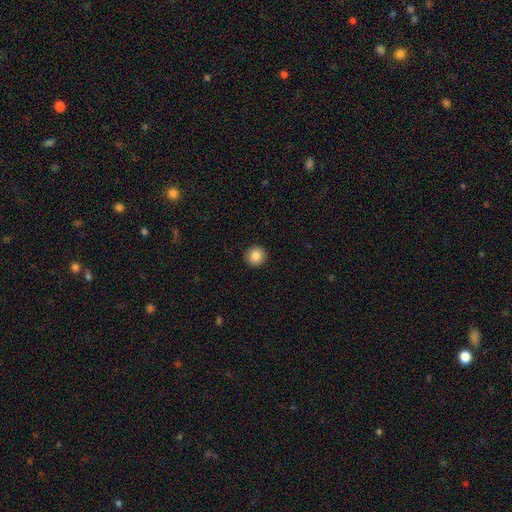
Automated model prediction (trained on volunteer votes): smooth_or_featured: smooth (p=0.87) [alt: star or artifact p=0.09]
how_rounded: round (p=0.93) [alt: in between p=0.06]
merging: none (p=0.92) [alt: minor disturbance p=0.05]